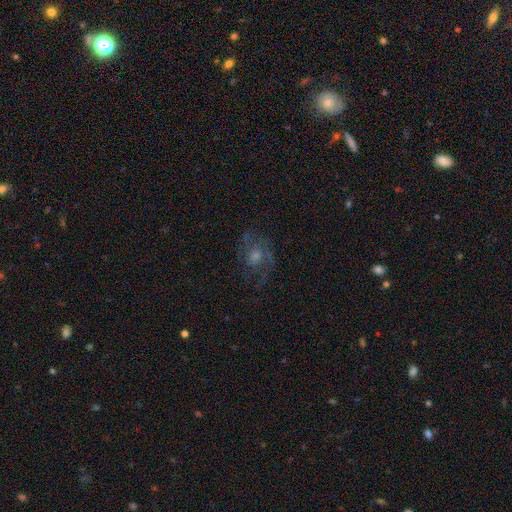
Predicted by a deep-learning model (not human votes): This appears to be a featured or disk galaxy (66%) with no bar (73%), 2 (43%) medium (48%) spiral arms (86%) and a moderate central bulge (49%). Merging: none (65%).